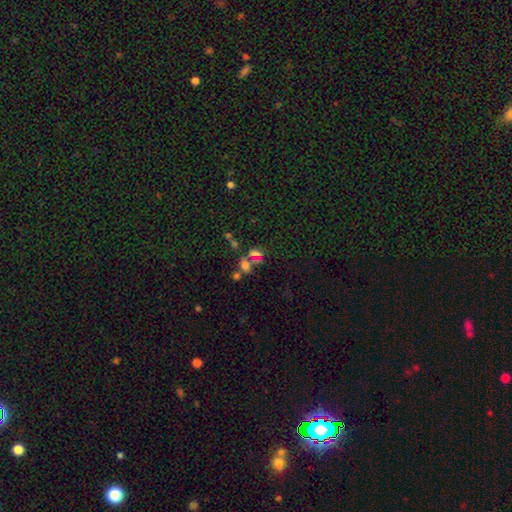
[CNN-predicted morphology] Smooth or featured? smooth (53%)
How rounded? in between (67%)
Merging? merger (46%)